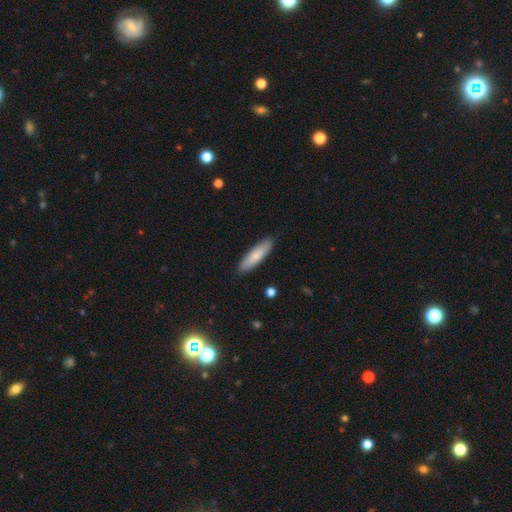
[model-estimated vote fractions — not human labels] smooth_or_featured: smooth (p=0.78) [alt: featured or disk p=0.17]
how_rounded: cigar-shaped (p=0.73) [alt: in between p=0.26]
merging: none (p=0.89) [alt: minor disturbance p=0.08]